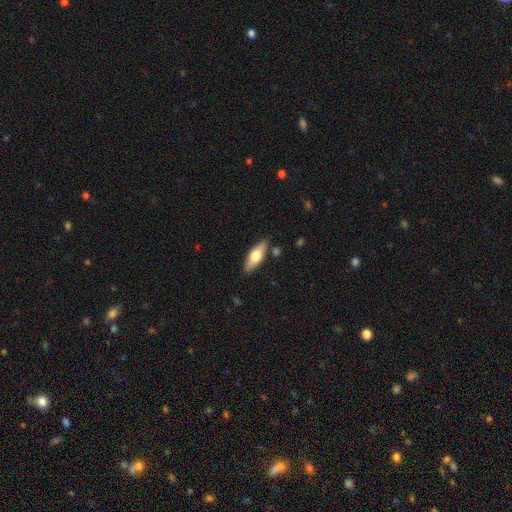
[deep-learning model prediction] smooth 55%, featured or disk 39%, star or artifact 6%. Down the decision tree: how rounded — in between (62%); merging — none (83%).